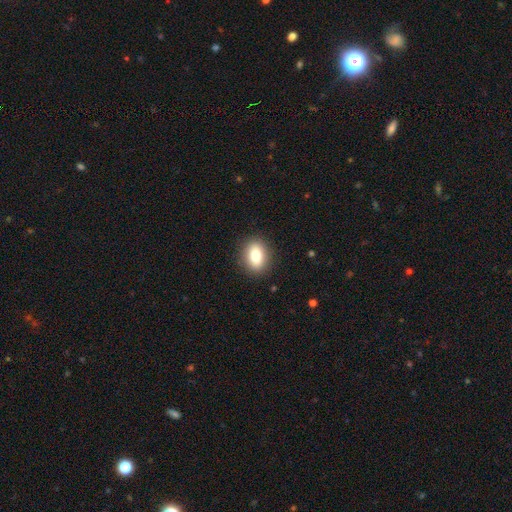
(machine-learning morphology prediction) Q: Smooth or featured?
A: smooth (81%); runner-up: featured or disk (10%)
Q: How rounded?
A: in between (73%); runner-up: round (25%)
Q: Merging?
A: none (89%); runner-up: minor disturbance (8%)